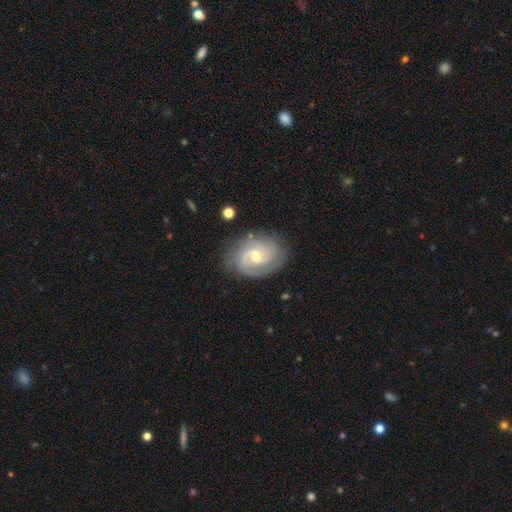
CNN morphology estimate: type=featured or disk (82%); edge-on=no (97%); bar=weak (48%); spiral arms=yes (95%); winding=tight (44%); arm count=2 (56%); bulge=moderate (52%); merging=none (76%).